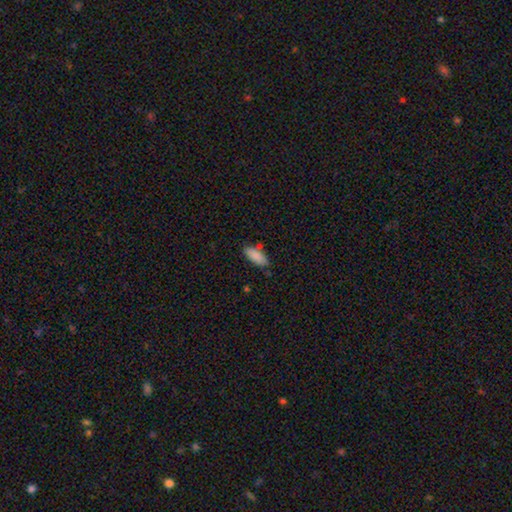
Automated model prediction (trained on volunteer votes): A smooth galaxy with no disk features (87%) that is in between round and cigar-shaped (80%).

Vote fractions:
- Smooth or featured? smooth: 87% / star or artifact: 7% / featured or disk: 6%
- How rounded? in between: 80% / cigar-shaped: 18% / round: 2%
- Merging? none: 70% / minor disturbance: 19% / merger: 7% / major disturbance: 4%